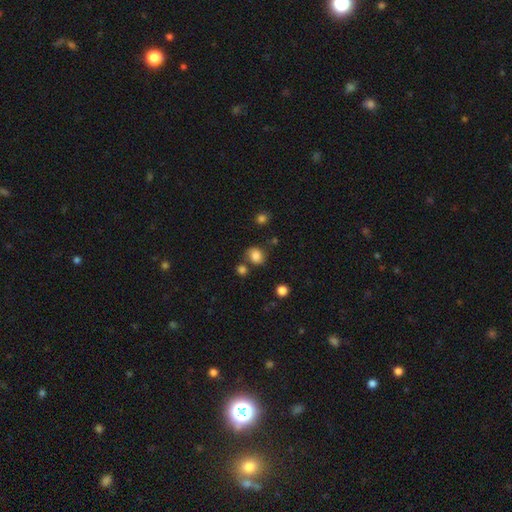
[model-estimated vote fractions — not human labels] Smooth or featured: smooth — 82% (star or artifact — 11%)
How rounded: round — 68% (in between — 32%)
Merging: none — 68% (minor disturbance — 15%)